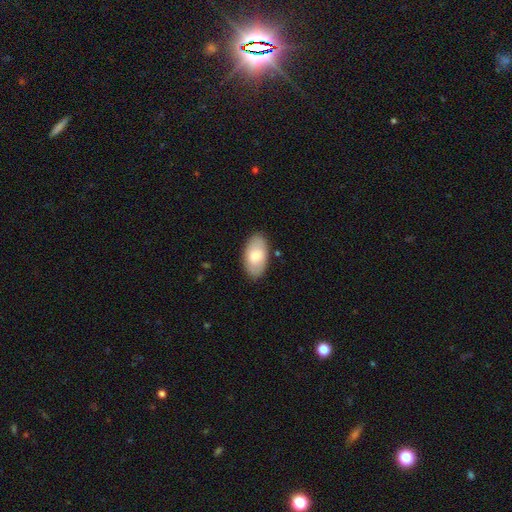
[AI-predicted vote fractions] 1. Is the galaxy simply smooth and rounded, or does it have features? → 73% smooth, 22% featured or disk, 6% star or artifact.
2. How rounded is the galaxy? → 95% in between, 3% round, 2% cigar-shaped.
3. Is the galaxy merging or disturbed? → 85% none, 11% minor disturbance, 2% major disturbance, 1% merger.